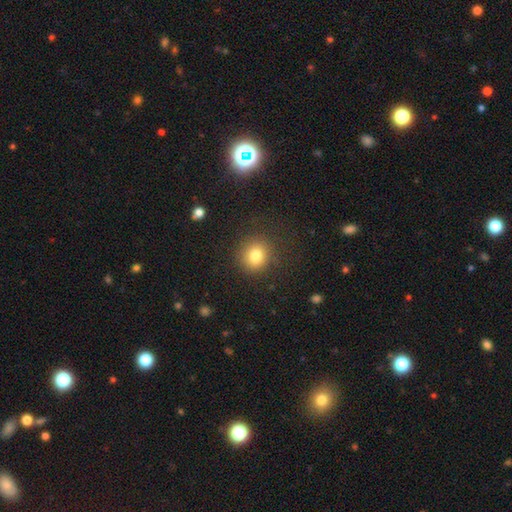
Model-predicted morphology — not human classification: A smooth galaxy with no disk features (81%) that is round (85%). Merging: none (86%).